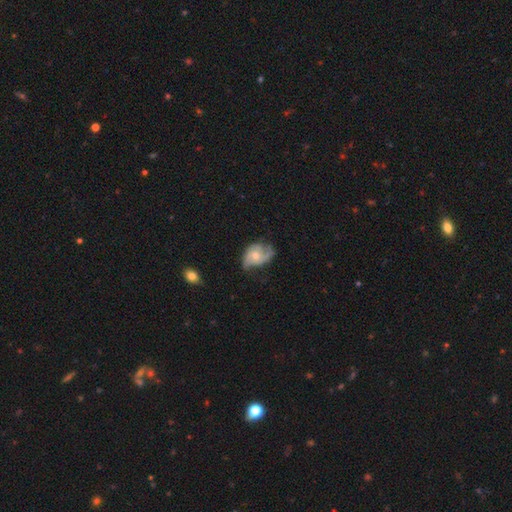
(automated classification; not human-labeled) Smooth or featured: featured or disk — 67% (smooth — 27%)
Edge-on disk: no — 96% (yes — 4%)
Bar: no — 76% (weak — 21%)
Spiral arms: yes — 85% (no — 15%)
Spiral winding: medium — 42% (loose — 35%)
Spiral arm count: 2 — 60% (can't tell — 16%)
Bulge size: moderate — 55% (small — 39%)
Merging: none — 43% (minor disturbance — 35%)